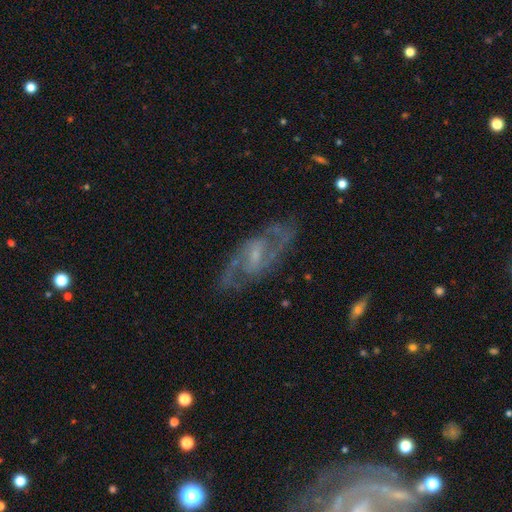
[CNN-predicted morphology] This appears to be a featured or disk galaxy (87%) with a weak bar (55%), 2 (87%) medium (58%) spiral arms (96%) and a small central bulge (63%). Merging: none (80%).